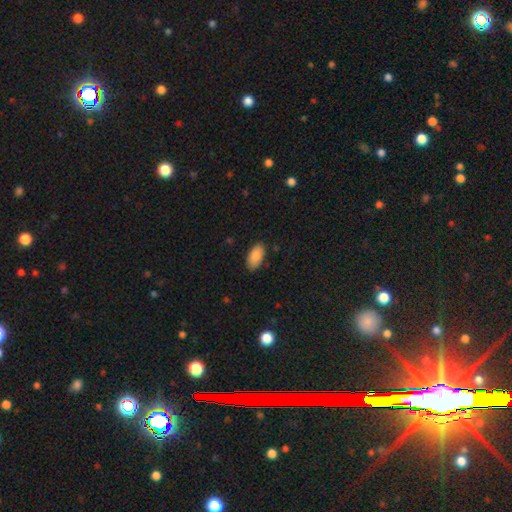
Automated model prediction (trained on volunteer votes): Smooth or featured? Predicted: smooth (p=0.88). How rounded? Predicted: in between (p=0.94). Merging? Predicted: none (p=0.85).